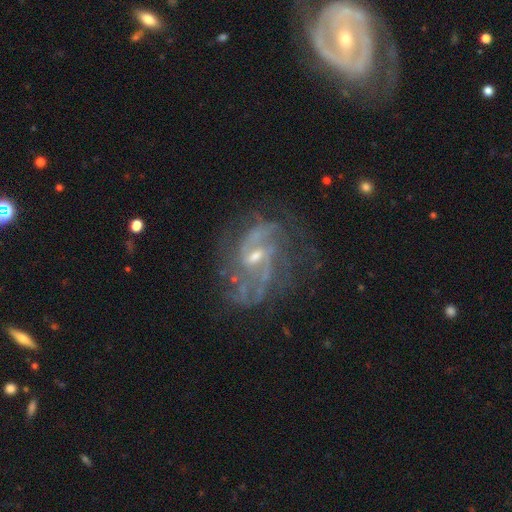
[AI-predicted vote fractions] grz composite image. It shows a featured or disk galaxy (87%) with a weak bar (58%), 2 (51%) medium (48%) spiral arms (92%) and a small central bulge (55%). Merging: none (58%).